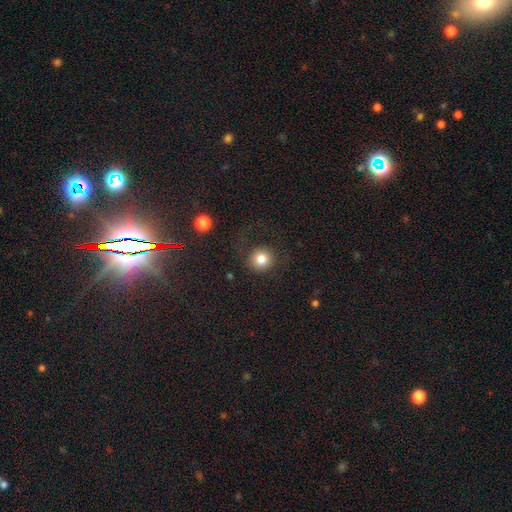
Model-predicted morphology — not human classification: Smooth or featured: smooth — 58% (star or artifact — 30%)
How rounded: round — 91% (in between — 8%)
Merging: none — 81% (minor disturbance — 10%)